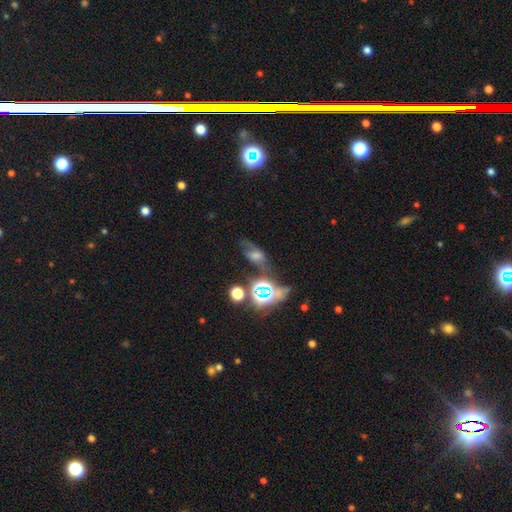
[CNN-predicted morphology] Smooth or featured? star or artifact (41%)